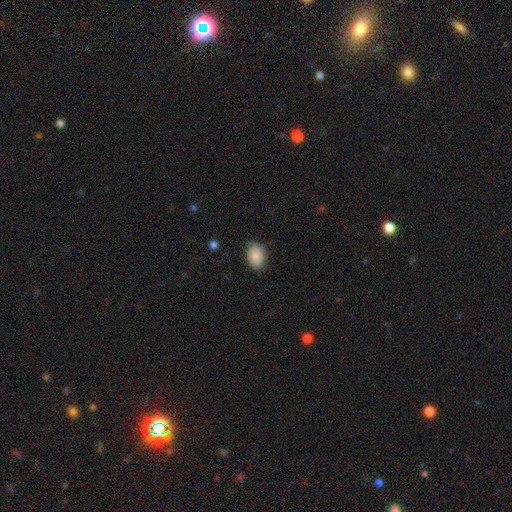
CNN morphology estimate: smooth-or-featured: smooth: 88% | star or artifact: 7% | featured or disk: 5%
  how-rounded: in between: 83% | round: 16% | cigar-shaped: 1%
  merging: none: 78% | minor disturbance: 17% | major disturbance: 3% | merger: 1%